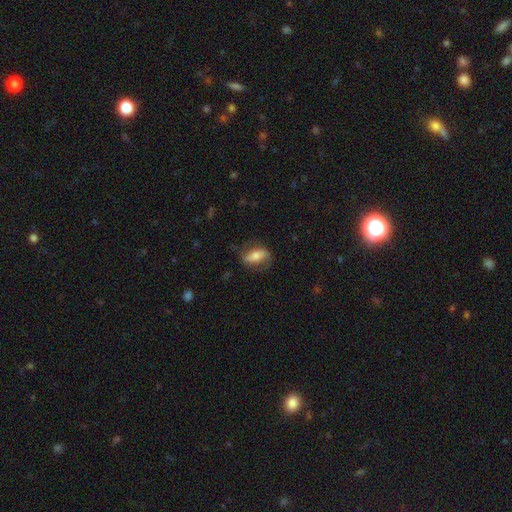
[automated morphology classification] Smooth or featured? Predicted: featured or disk (p=0.51). Edge-on disk? Predicted: no (p=0.83). Merging? Predicted: none (p=0.70).